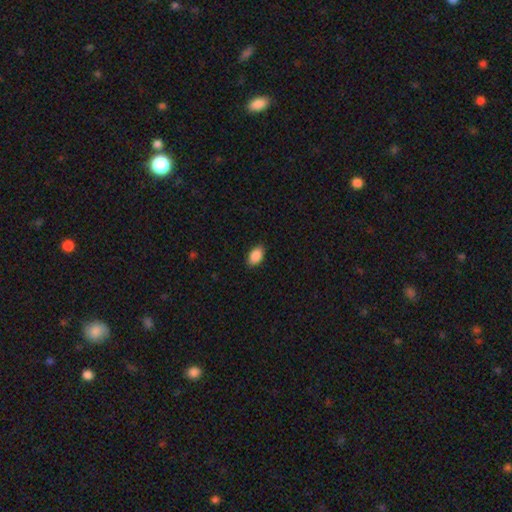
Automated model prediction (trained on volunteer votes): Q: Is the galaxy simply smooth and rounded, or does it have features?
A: smooth — 89%.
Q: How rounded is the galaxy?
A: in between — 91%.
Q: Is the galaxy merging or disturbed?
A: none — 87%.